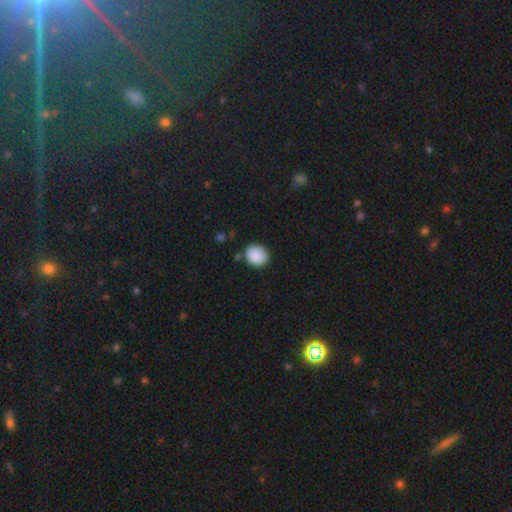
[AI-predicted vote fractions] A smooth galaxy with no disk features (89%) that is round (72%). Merging: none (83%).